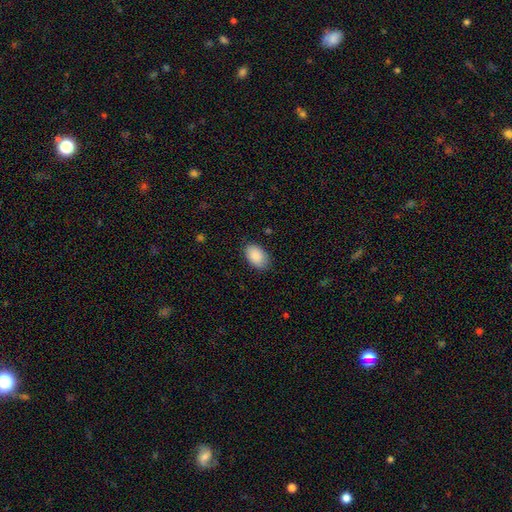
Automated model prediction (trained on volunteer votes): This appears to be a smooth galaxy with no disk features (90%) that is in between round and cigar-shaped (92%). Merging: none (83%).